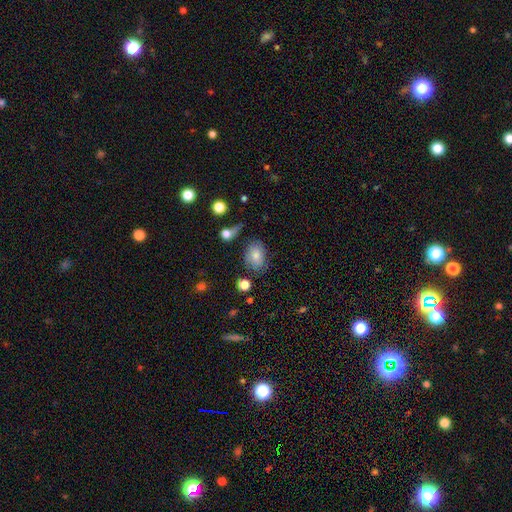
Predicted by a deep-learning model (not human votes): Morphology: type=smooth (79%); roundness=in between (78%); merging=none (64%).